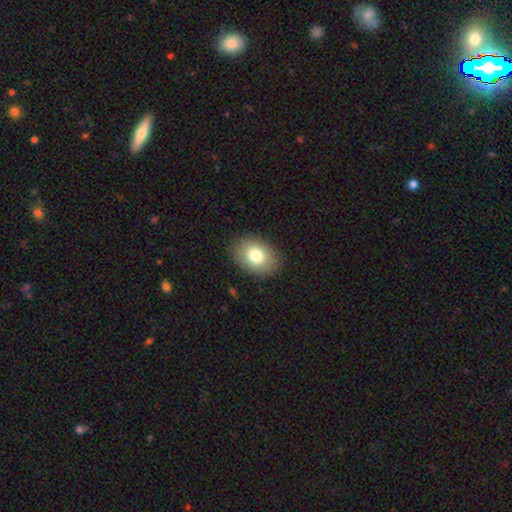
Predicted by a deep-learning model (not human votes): smooth_or_featured: smooth (p=0.80) [alt: featured or disk p=0.12]
how_rounded: in between (p=0.72) [alt: round p=0.28]
merging: none (p=0.87) [alt: minor disturbance p=0.09]